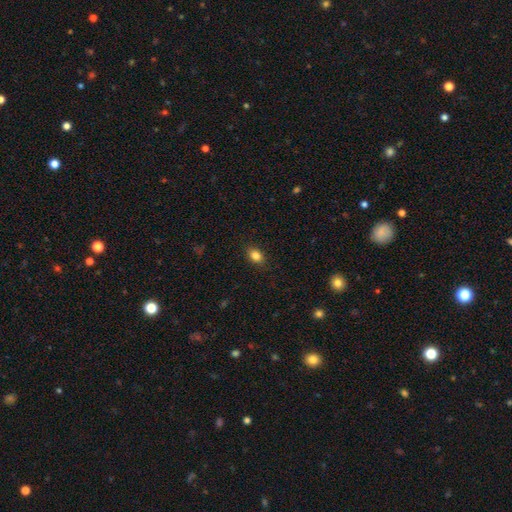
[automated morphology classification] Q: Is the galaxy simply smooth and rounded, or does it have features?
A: smooth — 85%.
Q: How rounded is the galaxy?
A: in between — 73%.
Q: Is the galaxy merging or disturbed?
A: none — 88%.